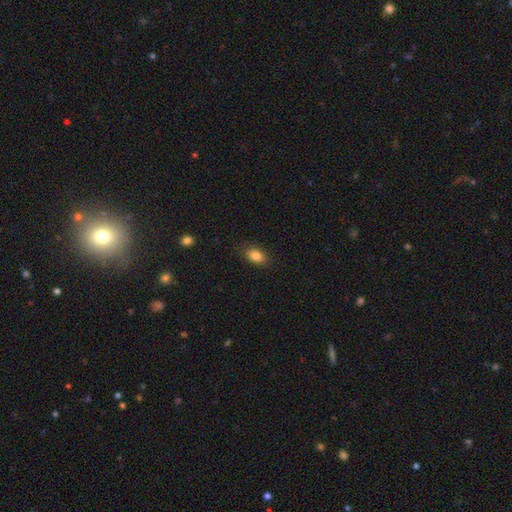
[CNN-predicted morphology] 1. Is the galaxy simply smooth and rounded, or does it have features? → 85% smooth, 9% star or artifact, 7% featured or disk.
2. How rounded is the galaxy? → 85% in between, 13% round, 2% cigar-shaped.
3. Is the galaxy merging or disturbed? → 86% none, 10% minor disturbance, 3% major disturbance, 1% merger.